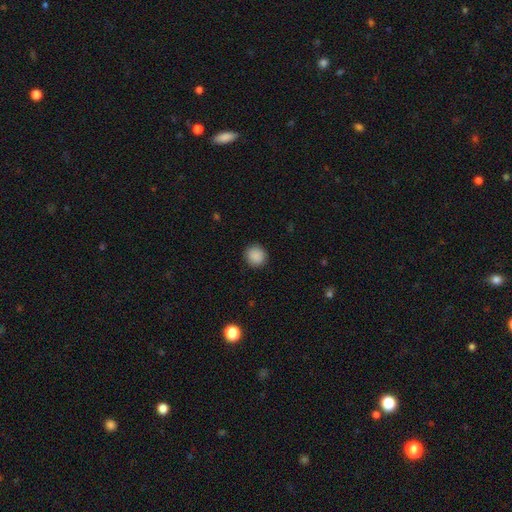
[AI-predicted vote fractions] smooth_or_featured: smooth (p=0.89) [alt: star or artifact p=0.08]
how_rounded: round (p=0.91) [alt: in between p=0.08]
merging: none (p=0.91) [alt: minor disturbance p=0.06]